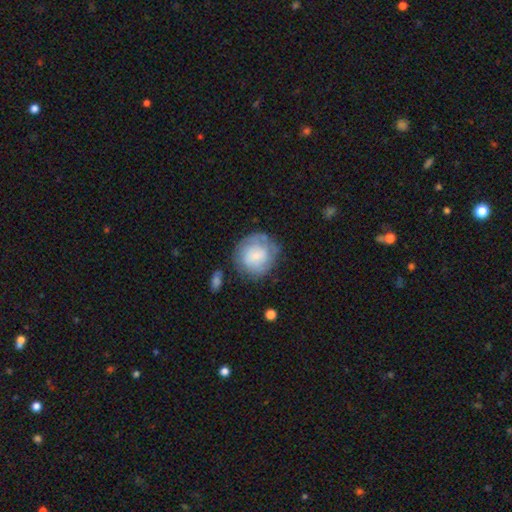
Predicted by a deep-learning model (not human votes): A smooth galaxy with no disk features (54%) that is round (86%).

Vote fractions:
- Smooth or featured? smooth: 54% / featured or disk: 38% / star or artifact: 8%
- How rounded? round: 86% / in between: 13% / cigar-shaped: 1%
- Merging? none: 65% / minor disturbance: 21% / major disturbance: 10% / merger: 4%